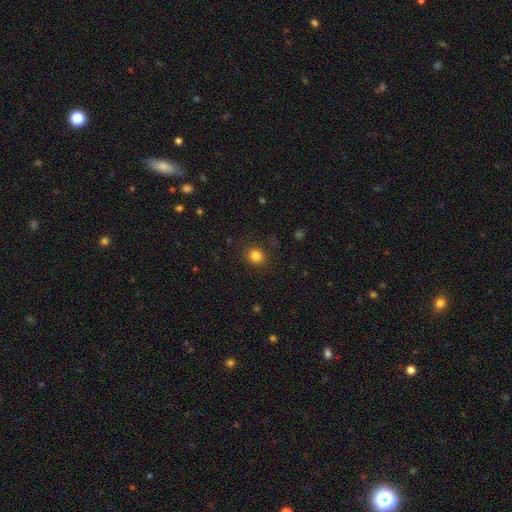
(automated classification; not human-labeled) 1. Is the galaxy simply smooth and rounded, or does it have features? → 83% smooth, 12% star or artifact, 5% featured or disk.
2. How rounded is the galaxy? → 78% round, 21% in between, 1% cigar-shaped.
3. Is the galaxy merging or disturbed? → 88% none, 8% minor disturbance, 3% major disturbance, 1% merger.